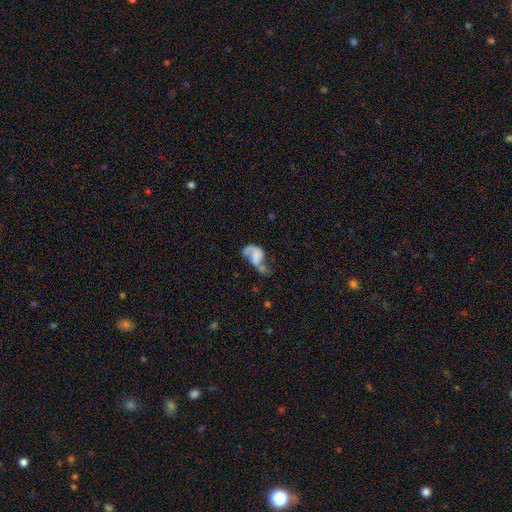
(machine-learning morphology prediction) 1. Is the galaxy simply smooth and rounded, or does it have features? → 52% featured or disk, 38% smooth, 10% star or artifact.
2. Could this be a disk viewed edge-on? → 97% no, 3% yes.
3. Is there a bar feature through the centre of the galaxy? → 74% no, 19% weak, 7% strong.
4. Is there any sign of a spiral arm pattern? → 66% yes, 34% no.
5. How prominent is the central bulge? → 60% none, 14% small, 11% large, 10% moderate, 6% dominant.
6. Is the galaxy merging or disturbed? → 40% major disturbance, 25% merger, 20% none, 16% minor disturbance.